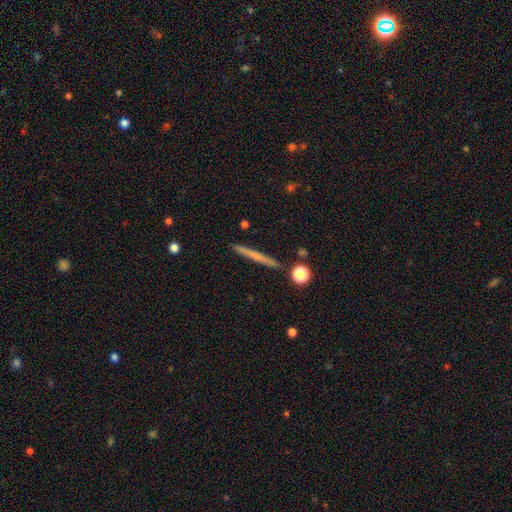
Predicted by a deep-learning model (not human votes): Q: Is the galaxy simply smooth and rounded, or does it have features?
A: smooth — 52%.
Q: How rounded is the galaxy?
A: cigar-shaped — 95%.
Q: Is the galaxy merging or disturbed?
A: none — 91%.